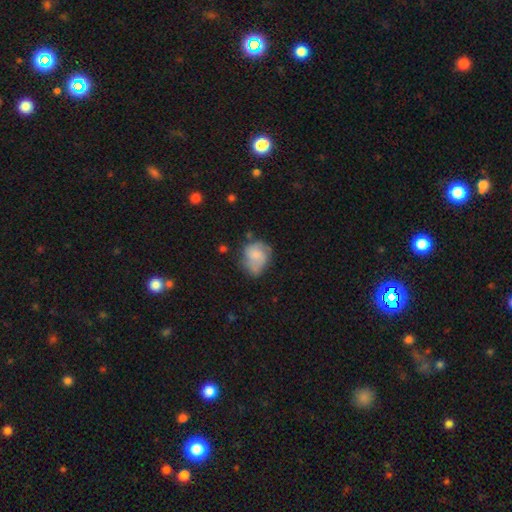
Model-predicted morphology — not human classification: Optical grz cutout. It shows a smooth galaxy with no disk features (61%) that is round (54%). Merging: none (43%).